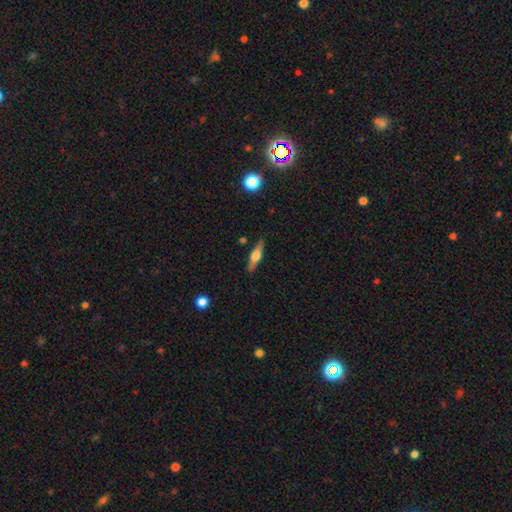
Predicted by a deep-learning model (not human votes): featured or disk 56%, smooth 37%, star or artifact 6%. Down the decision tree: edge-on disk — yes (95%); edge-on bulge — rounded (87%); merging — none (87%).